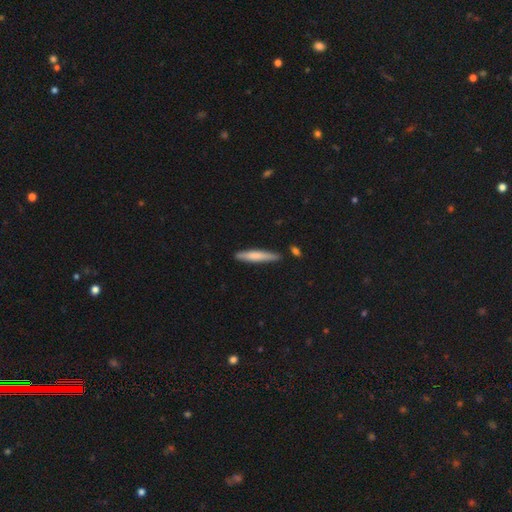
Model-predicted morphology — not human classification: type=smooth (66%); roundness=cigar-shaped (91%); merging=none (84%).